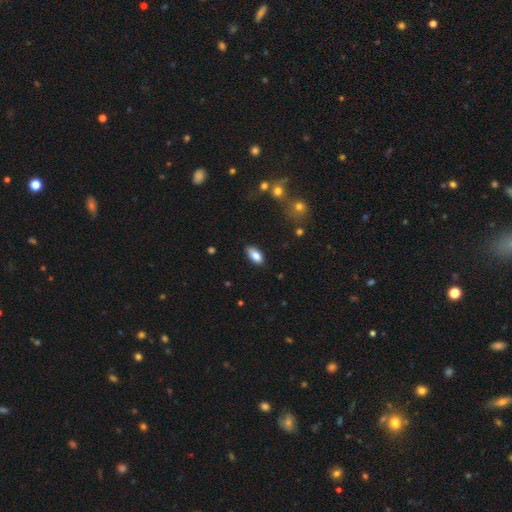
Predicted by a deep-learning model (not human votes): smooth 84%, featured or disk 9%, star or artifact 7%. Down the decision tree: how rounded — in between (91%); merging — none (84%).